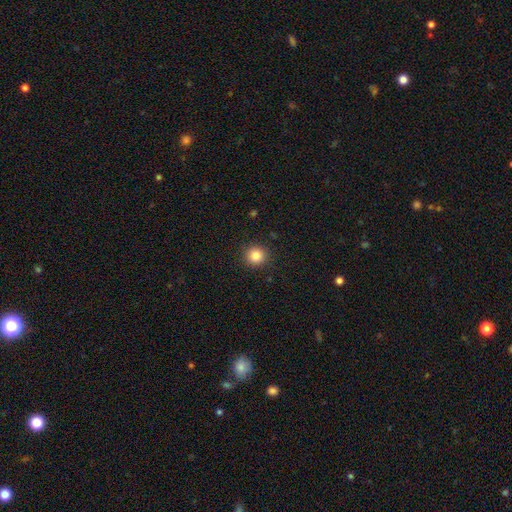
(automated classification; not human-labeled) Smooth or featured: smooth — 84% (star or artifact — 11%)
How rounded: round — 94% (in between — 5%)
Merging: none — 92% (minor disturbance — 5%)